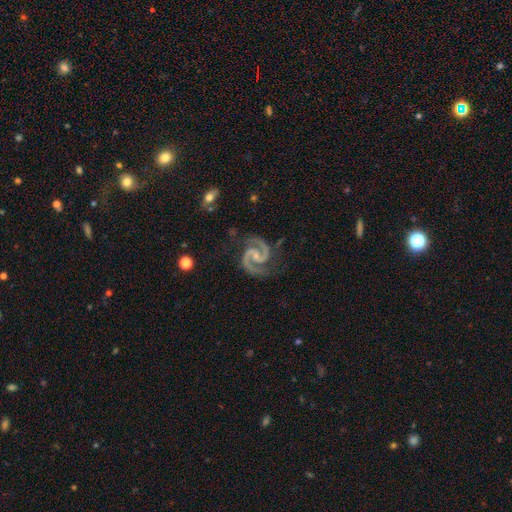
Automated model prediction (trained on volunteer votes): Smooth or featured?
  - featured or disk: 94% *
  - star or artifact: 3%
  - smooth: 2%
Edge-on disk?
  - no: 99% *
  - yes: 1%
Bar?
  - no: 47% *
  - weak: 39%
  - strong: 14%
Spiral arms?
  - yes: 99% *
  - no: 1%
Spiral winding?
  - medium: 64% *
  - tight: 29%
  - loose: 8%
Spiral arm count?
  - 2: 95% *
  - 3: 1%
  - can't tell: 1%
  - 1: 1%
  - 4: 1%
  - more than 4: 1%
Bulge size?
  - small: 58% *
  - moderate: 22%
  - none: 18%
  - large: 1%
  - dominant: 1%
Merging?
  - none: 79% *
  - minor disturbance: 15%
  - major disturbance: 5%
  - merger: 2%